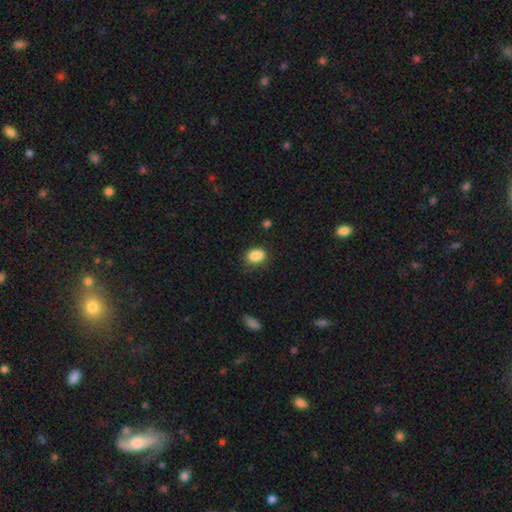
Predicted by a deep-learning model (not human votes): This is clearly a smooth galaxy (84%). How rounded: likely in between (69%). Merging: likely none (64%).